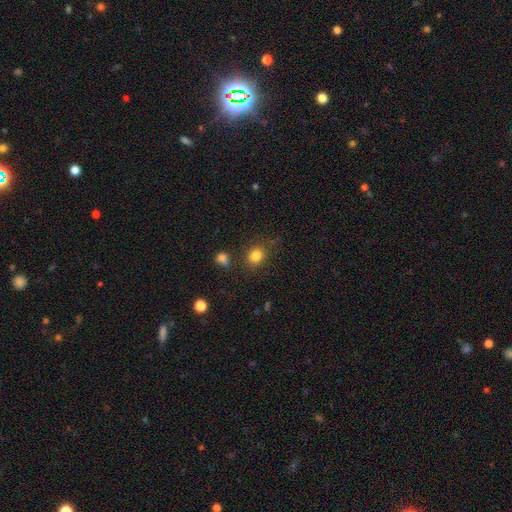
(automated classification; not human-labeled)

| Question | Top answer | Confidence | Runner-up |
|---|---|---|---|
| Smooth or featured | smooth | 82% | star or artifact (12%) |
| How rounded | round | 67% | in between (32%) |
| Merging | none | 79% | minor disturbance (12%) |